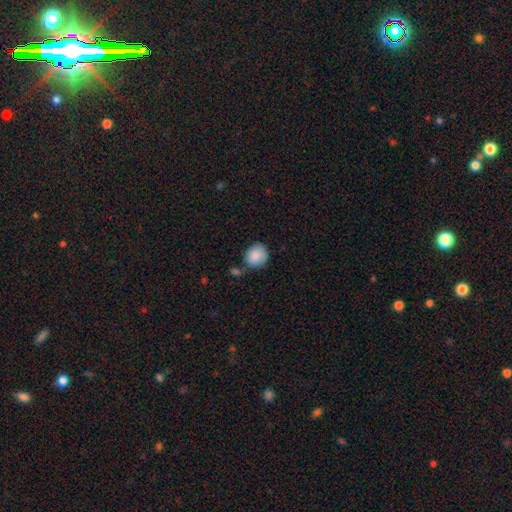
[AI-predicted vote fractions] Smooth or featured? smooth (86%)
How rounded? round (74%)
Merging? none (61%)